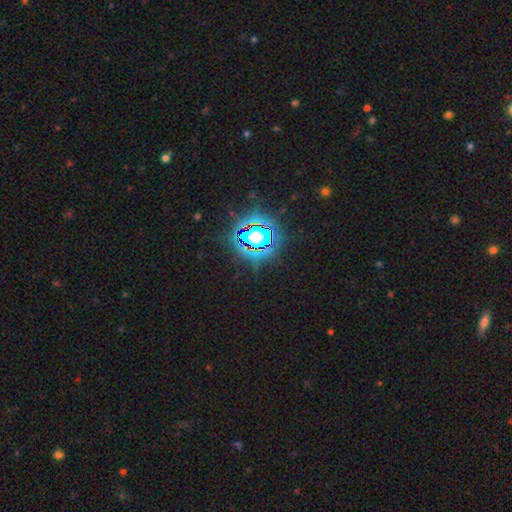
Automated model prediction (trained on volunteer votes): A star or artifact, not a galaxy (81%).

Vote fractions:
- Smooth or featured? star or artifact: 81% / smooth: 12% / featured or disk: 8%